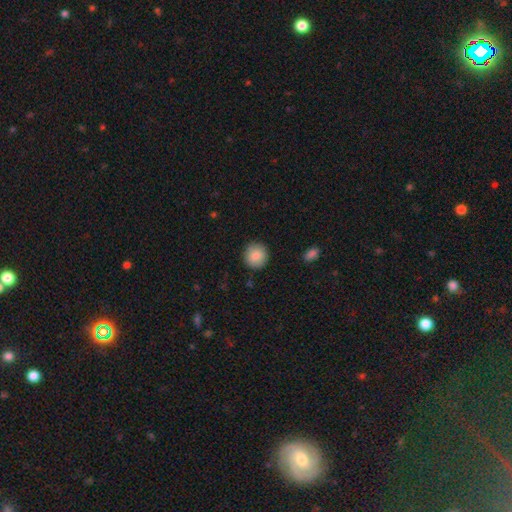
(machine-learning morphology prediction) The model was most divided on "smooth or featured": smooth: 88%, star or artifact: 7%, featured or disk: 5%. More confident: how rounded — round (93%); merging — none (90%).